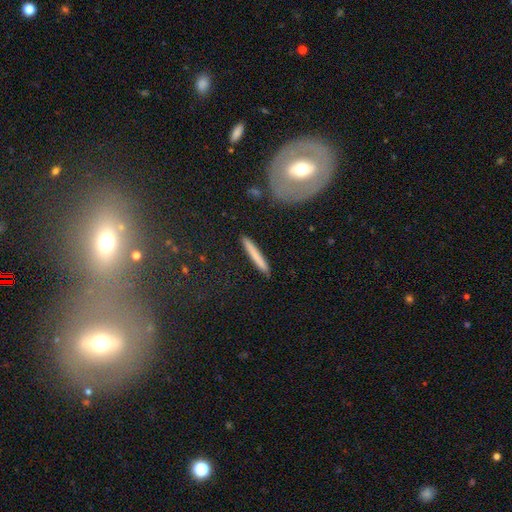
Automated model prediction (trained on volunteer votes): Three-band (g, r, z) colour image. It shows a smooth galaxy with no disk features (71%) that is cigar-shaped (96%). Merging: none (88%).